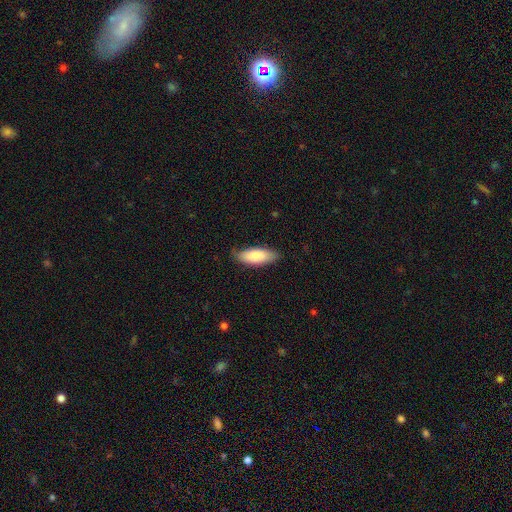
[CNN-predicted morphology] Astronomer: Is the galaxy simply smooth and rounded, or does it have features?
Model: smooth — 83%.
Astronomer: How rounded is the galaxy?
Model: in between — 75%.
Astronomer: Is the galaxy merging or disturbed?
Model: none — 76%.